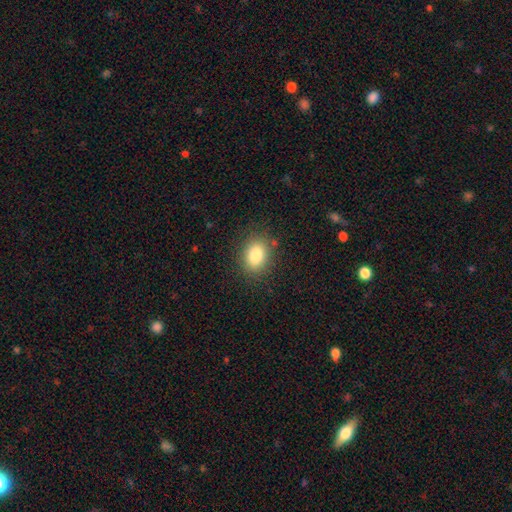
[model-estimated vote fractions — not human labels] A smooth galaxy with no disk features (84%) that is in between round and cigar-shaped (66%).

Vote fractions:
- Smooth or featured? smooth: 84% / star or artifact: 9% / featured or disk: 7%
- How rounded? in between: 66% / round: 33% / cigar-shaped: 1%
- Merging? none: 85% / minor disturbance: 10% / major disturbance: 3% / merger: 1%